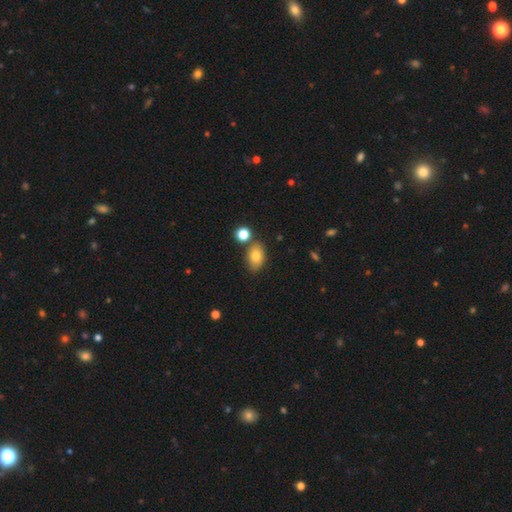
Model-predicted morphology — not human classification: Smooth or featured? smooth (81%)
How rounded? in between (82%)
Merging? none (71%)